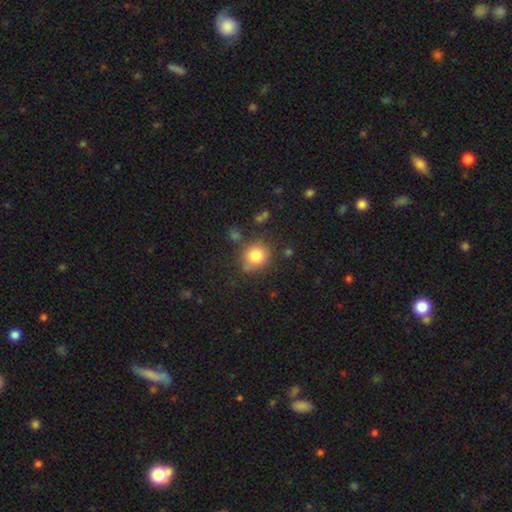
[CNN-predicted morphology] Smooth or featured? smooth (81%)
How rounded? round (81%)
Merging? none (75%)